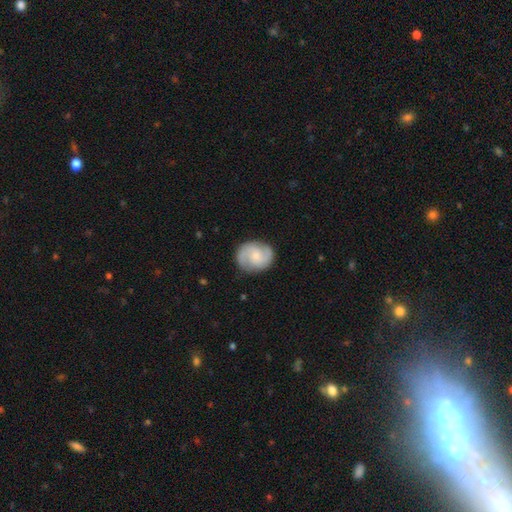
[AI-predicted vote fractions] Morphology: type=featured or disk (73%); edge-on=no (98%); bar=no (60%); spiral arms=yes (95%); winding=medium (50%); arm count=2 (89%); bulge=small (49%); merging=none (84%).